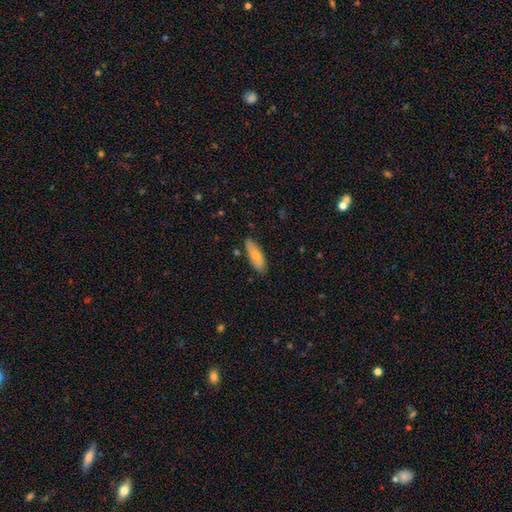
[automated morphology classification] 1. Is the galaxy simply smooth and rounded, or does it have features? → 76% smooth, 18% featured or disk, 6% star or artifact.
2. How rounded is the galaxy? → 67% in between, 31% cigar-shaped, 2% round.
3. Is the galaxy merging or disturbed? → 79% none, 16% minor disturbance, 3% major disturbance, 2% merger.